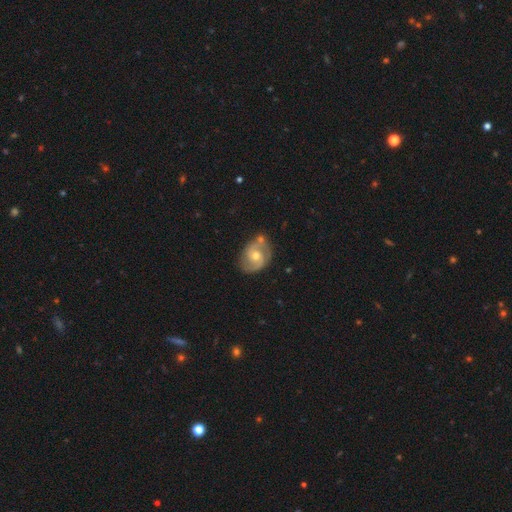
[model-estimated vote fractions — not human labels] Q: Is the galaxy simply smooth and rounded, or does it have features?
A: featured or disk — 79%.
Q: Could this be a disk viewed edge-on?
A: no — 97%.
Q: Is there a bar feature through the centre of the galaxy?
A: no — 60%.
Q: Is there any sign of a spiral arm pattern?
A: yes — 93%.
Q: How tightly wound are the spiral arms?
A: medium — 52%.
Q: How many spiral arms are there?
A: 2 — 88%.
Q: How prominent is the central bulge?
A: moderate — 63%.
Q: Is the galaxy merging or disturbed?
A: none — 67%.